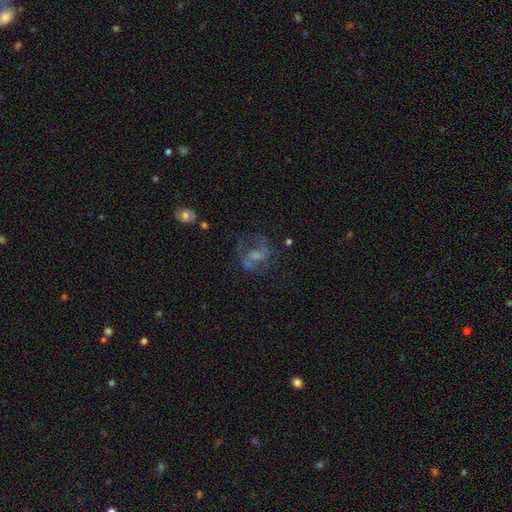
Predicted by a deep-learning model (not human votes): This appears to be a featured or disk galaxy (57%) with no bar (65%), no spiral arms (54%) and a moderate central bulge (35%). Merging: none (45%).